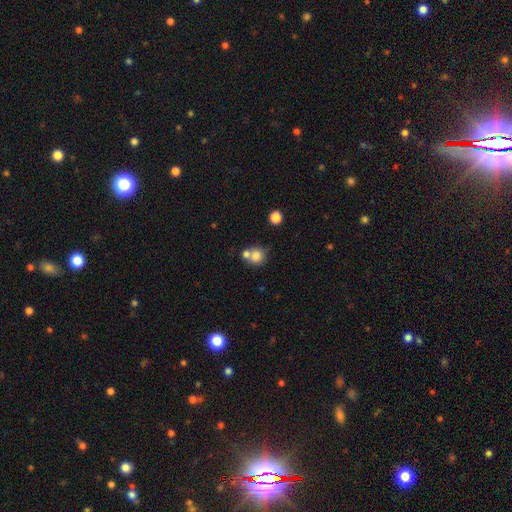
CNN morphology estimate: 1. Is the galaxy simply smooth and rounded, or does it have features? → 78% smooth, 11% featured or disk, 11% star or artifact.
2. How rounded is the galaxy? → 84% round, 15% in between, 1% cigar-shaped.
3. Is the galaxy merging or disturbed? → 48% none, 39% merger, 9% minor disturbance, 4% major disturbance.